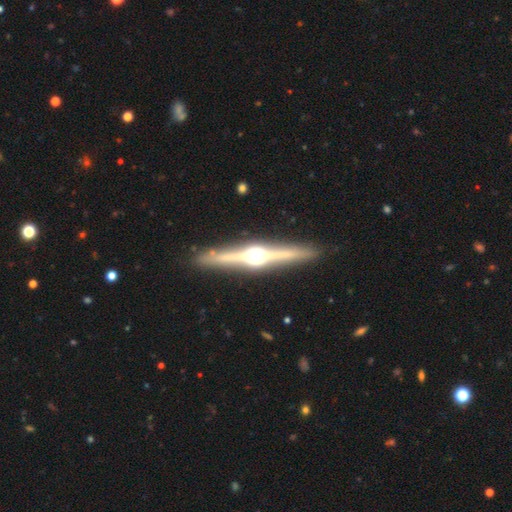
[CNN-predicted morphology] The model was most divided on "smooth or featured": featured or disk: 84%, smooth: 11%, star or artifact: 5%. More confident: edge-on disk — yes (98%); edge-on bulge — rounded (95%); merging — none (90%).